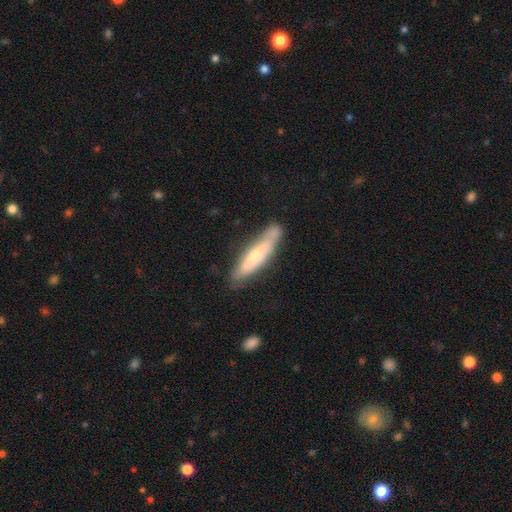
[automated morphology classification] Overall: smooth (49%; featured or disk 45%). Merging: none (69%).